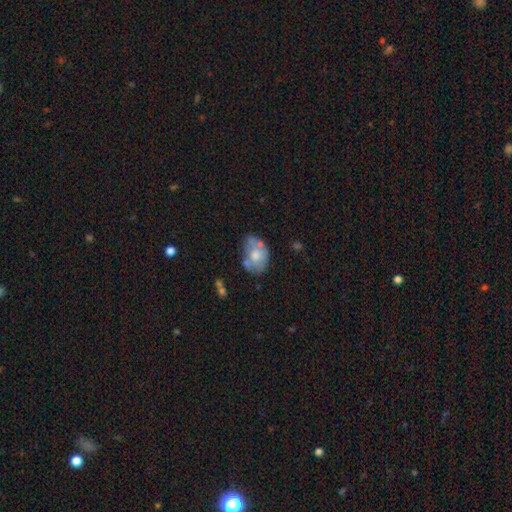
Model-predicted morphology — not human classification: Smooth or featured?
  - smooth: 54% *
  - featured or disk: 38%
  - star or artifact: 7%
How rounded?
  - in between: 77% *
  - round: 22%
  - cigar-shaped: 1%
Merging?
  - none: 43% *
  - minor disturbance: 29%
  - merger: 15%
  - major disturbance: 13%